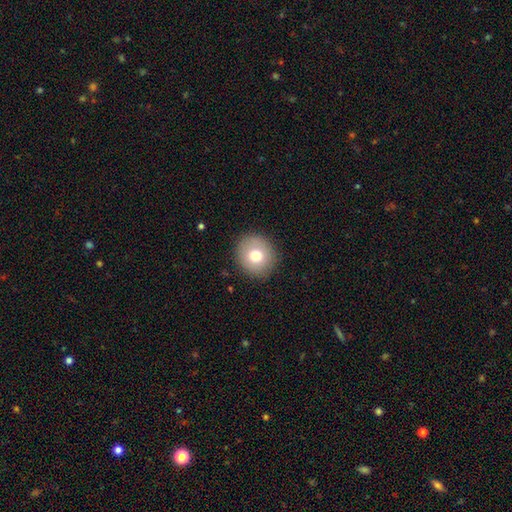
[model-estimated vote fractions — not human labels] Smooth or featured?
  - smooth: 74% *
  - featured or disk: 16%
  - star or artifact: 10%
How rounded?
  - round: 88% *
  - in between: 11%
  - cigar-shaped: 1%
Merging?
  - none: 89% *
  - minor disturbance: 8%
  - major disturbance: 3%
  - merger: 1%